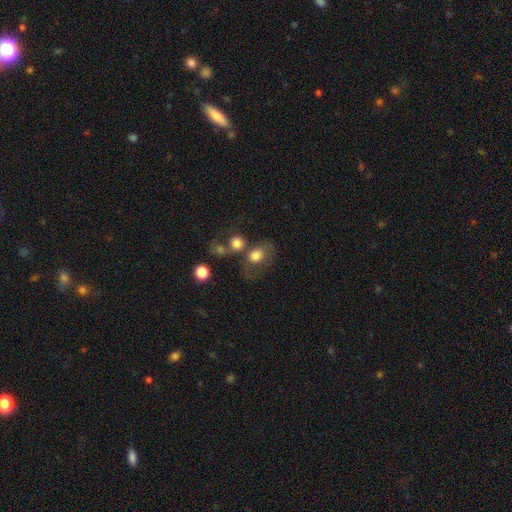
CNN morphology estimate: smooth-or-featured: smooth: 74% | featured or disk: 16% | star or artifact: 10%
  how-rounded: in between: 58% | round: 40% | cigar-shaped: 1%
  merging: none: 40% | merger: 29% | minor disturbance: 16% | major disturbance: 15%